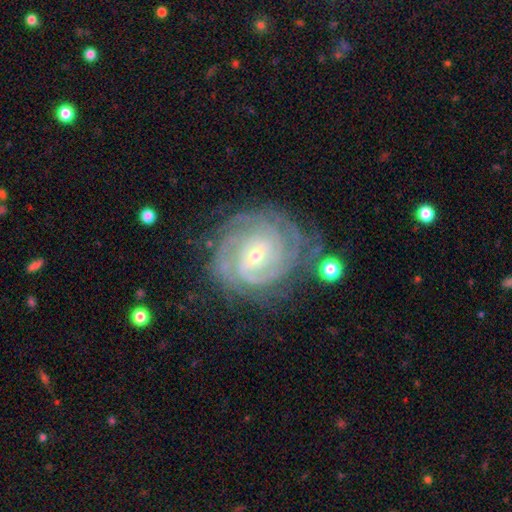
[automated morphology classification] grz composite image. It shows a featured or disk galaxy (88%) with a weak bar (44%), tight (77%) spiral arms (97%) and a small central bulge (63%). Merging: none (73%).